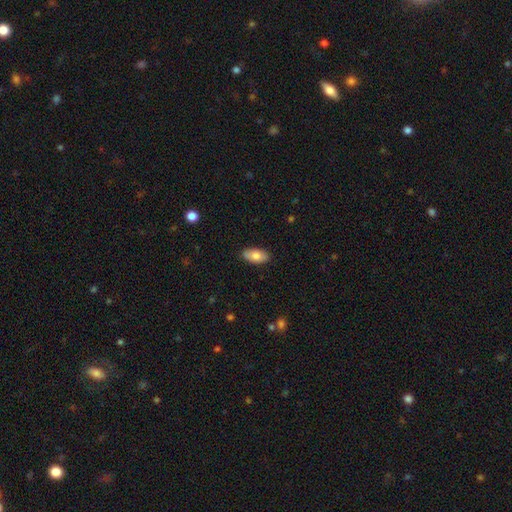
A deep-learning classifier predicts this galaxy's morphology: Smooth or featured?
  - smooth: 79% *
  - featured or disk: 14%
  - star or artifact: 6%
How rounded?
  - in between: 93% *
  - cigar-shaped: 4%
  - round: 3%
Merging?
  - none: 87% *
  - minor disturbance: 10%
  - major disturbance: 2%
  - merger: 1%